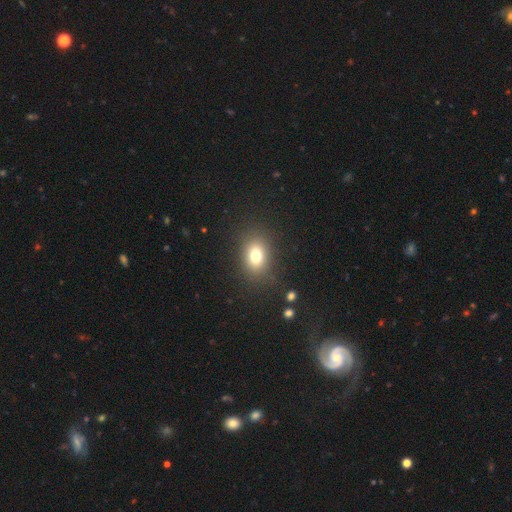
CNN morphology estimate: Smooth or featured? smooth (77%)
How rounded? in between (67%)
Merging? none (85%)